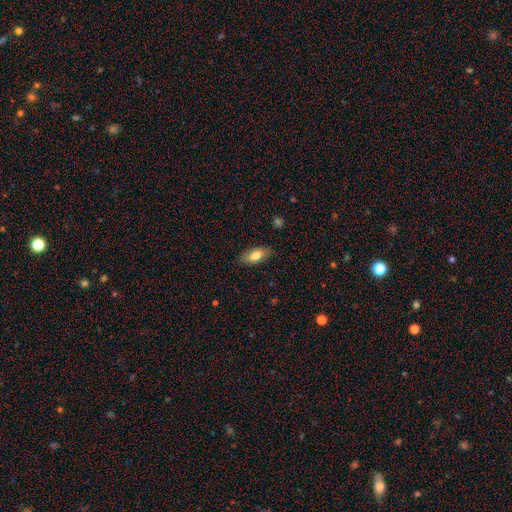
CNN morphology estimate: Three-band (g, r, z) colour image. It shows a smooth galaxy with no disk features (77%) that is in between round and cigar-shaped (85%). Merging: none (86%).